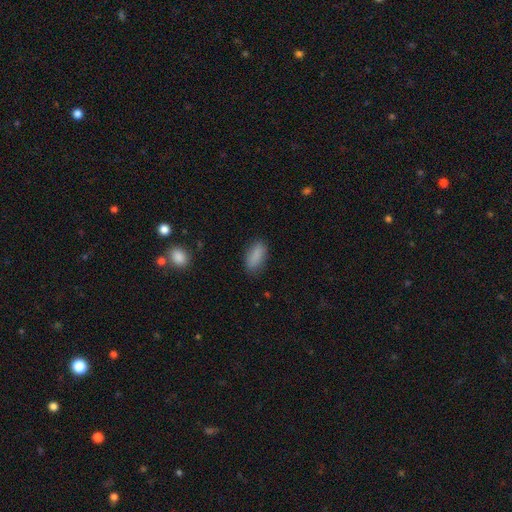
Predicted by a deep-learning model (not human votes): Smooth or featured: smooth — 87% (star or artifact — 8%)
How rounded: in between — 84% (cigar-shaped — 13%)
Merging: none — 81% (minor disturbance — 14%)